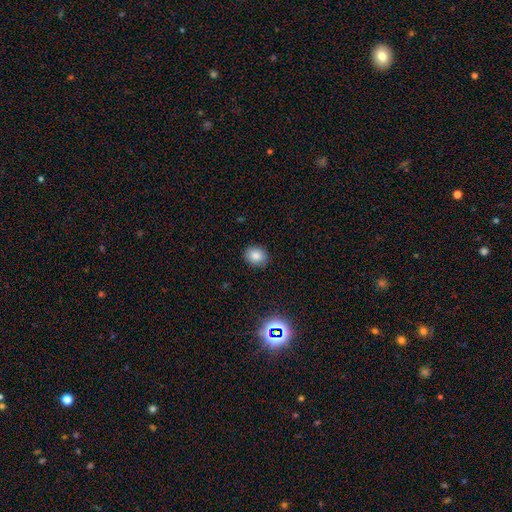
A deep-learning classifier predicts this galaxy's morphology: Smooth or featured? smooth (83%)
How rounded? round (52%)
Merging? none (87%)